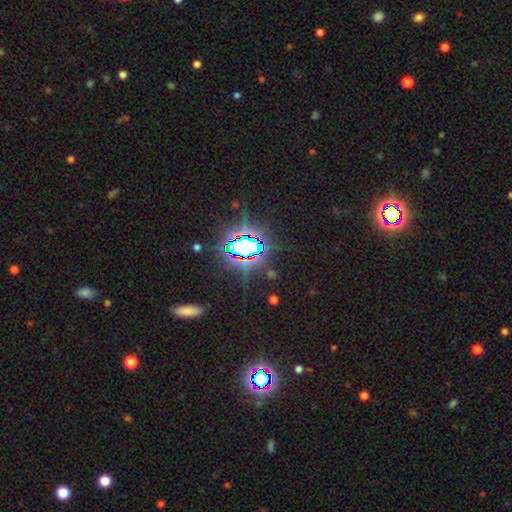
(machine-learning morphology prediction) smooth-or-featured: star or artifact: 81% | smooth: 11% | featured or disk: 8%